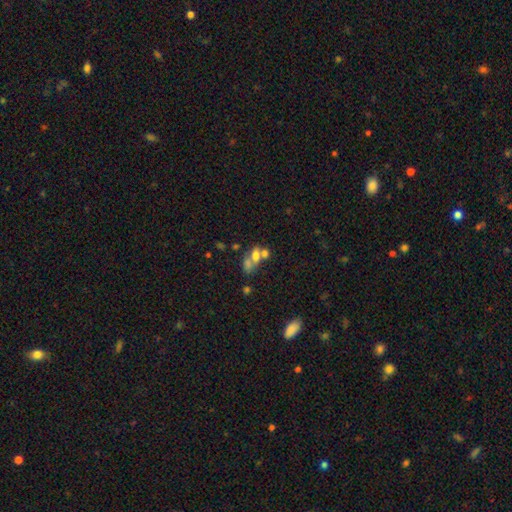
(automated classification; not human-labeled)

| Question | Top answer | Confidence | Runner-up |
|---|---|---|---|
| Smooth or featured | smooth | 56% | featured or disk (30%) |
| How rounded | in between | 73% | round (20%) |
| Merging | merger | 55% | none (25%) |